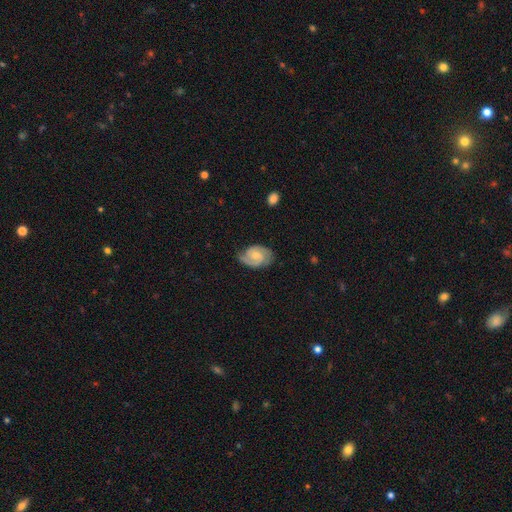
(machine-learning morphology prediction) This is clearly a featured or disk galaxy (81%). It is clearly not viewed edge-on (97%). Bar: possibly no (55%). Spiral arm pattern: clearly yes (96%). Spiral arm count: clearly 2 (88%). Spiral winding: possibly tight (49%). Central bulge: possibly small (45%). Merging: likely none (76%).